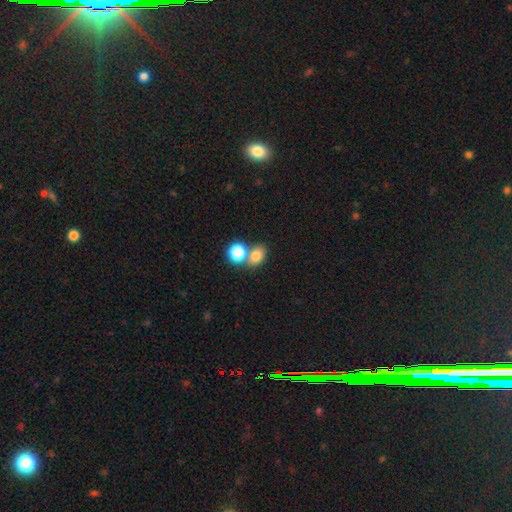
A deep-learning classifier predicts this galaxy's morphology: Overall: smooth (78%). How rounded: in between (50%; round 49%). Merging: none (49%; merger 40%).